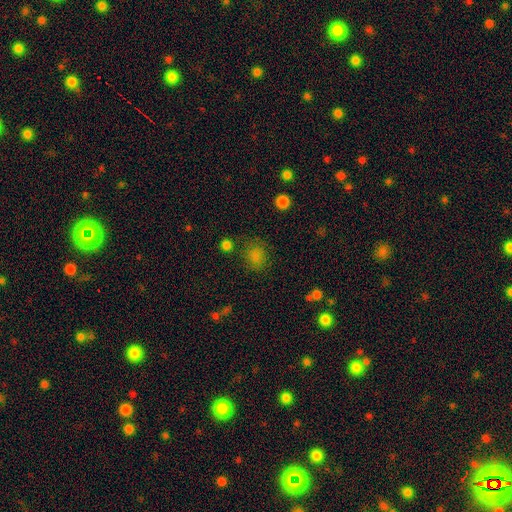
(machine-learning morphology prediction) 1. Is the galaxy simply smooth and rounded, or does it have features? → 78% smooth, 17% star or artifact, 5% featured or disk.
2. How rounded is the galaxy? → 71% round, 28% in between, 1% cigar-shaped.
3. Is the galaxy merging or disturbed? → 74% none, 16% minor disturbance, 7% major disturbance, 3% merger.